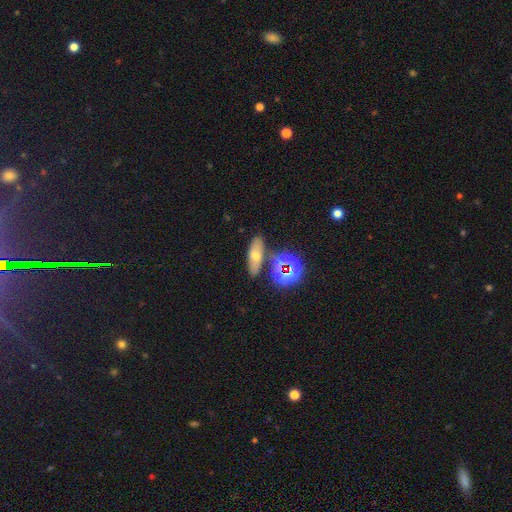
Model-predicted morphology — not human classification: A smooth galaxy with no disk features (43%). Merging: none (74%).